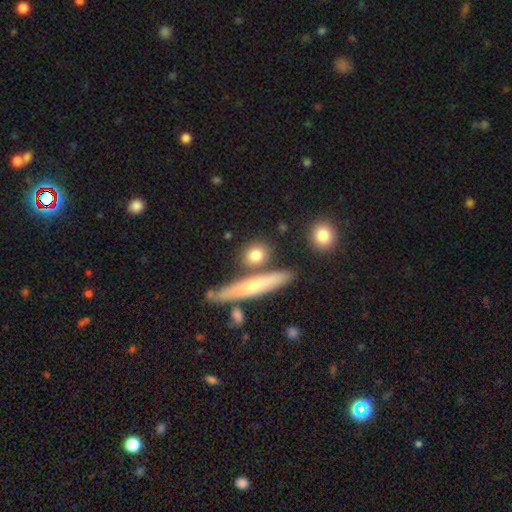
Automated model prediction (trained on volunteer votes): This is likely a smooth galaxy (76%). How rounded: possibly round (54%). Merging: likely none (74%).